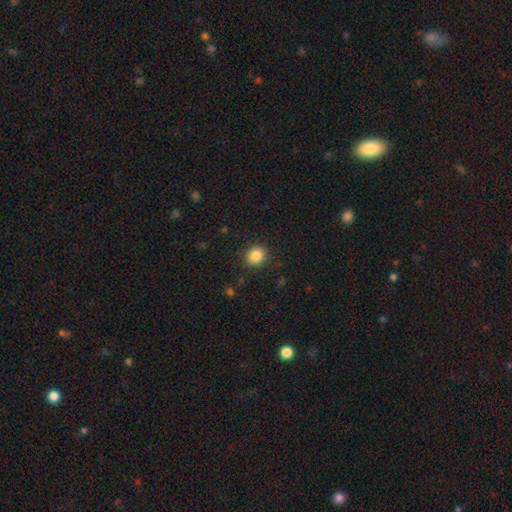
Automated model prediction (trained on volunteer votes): Smooth or featured? smooth (86%)
How rounded? round (70%)
Merging? none (88%)